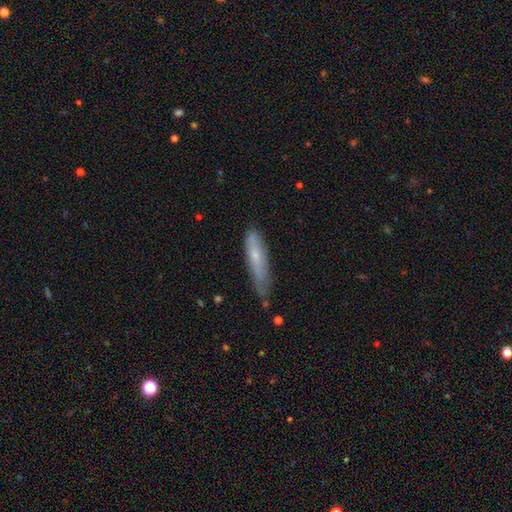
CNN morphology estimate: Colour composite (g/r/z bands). It shows a smooth galaxy with no disk features (59%) that is cigar-shaped (85%). Merging: none (56%).